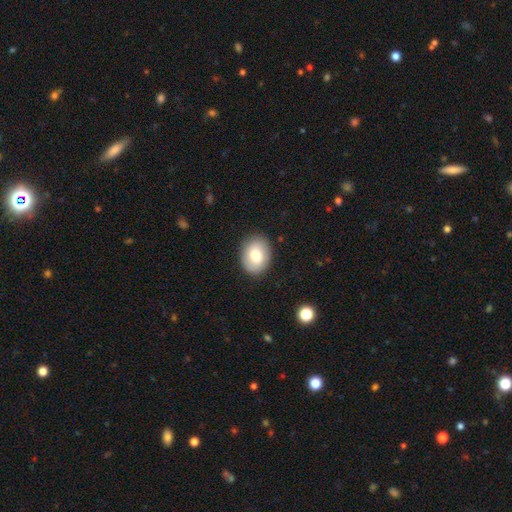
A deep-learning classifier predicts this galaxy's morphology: This appears to be a smooth galaxy with no disk features (79%) that is in between round and cigar-shaped (65%). Merging: none (87%).